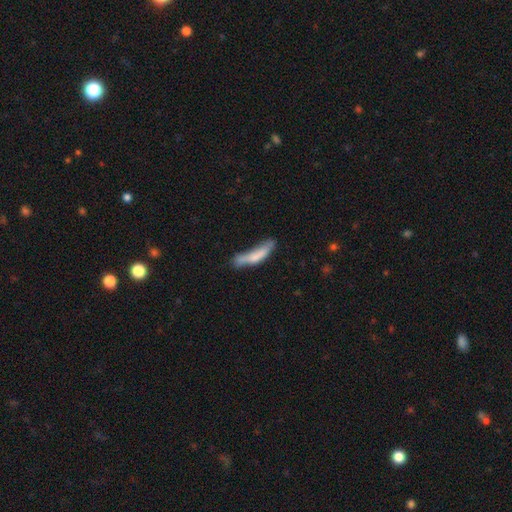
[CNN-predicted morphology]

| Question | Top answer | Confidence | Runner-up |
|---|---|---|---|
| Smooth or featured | smooth | 67% | featured or disk (26%) |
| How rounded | cigar-shaped | 81% | in between (17%) |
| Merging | none | 40% | minor disturbance (29%) |